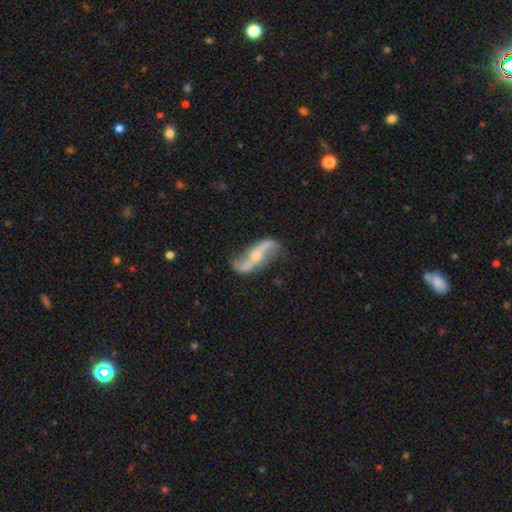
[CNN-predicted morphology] The model was most divided on "bulge size": moderate: 48%, small: 47%, large: 2%, none: 2%, dominant: 1%. Remaining: spiral arms — yes (94%); spiral arm count — 2 (94%); edge-on disk — no (90%); smooth or featured — featured or disk (88%); spiral winding — loose (85%); merging — none (76%); bar — no (39%).